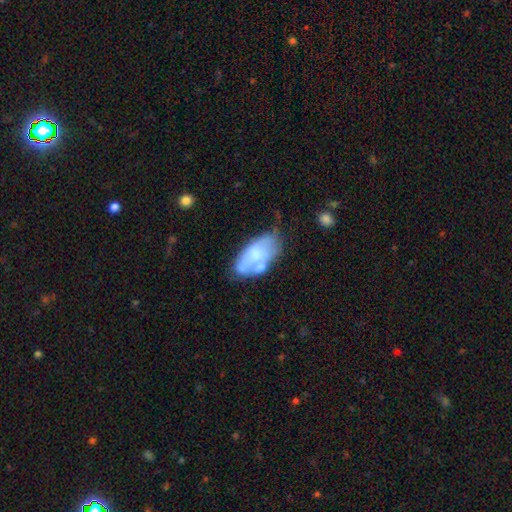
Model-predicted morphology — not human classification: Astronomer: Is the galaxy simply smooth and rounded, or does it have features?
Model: smooth — 53% (runner-up: featured or disk, 39%).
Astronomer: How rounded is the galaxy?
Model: in between — 94%.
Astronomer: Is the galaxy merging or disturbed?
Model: none — 37% (runner-up: minor disturbance, 29%).